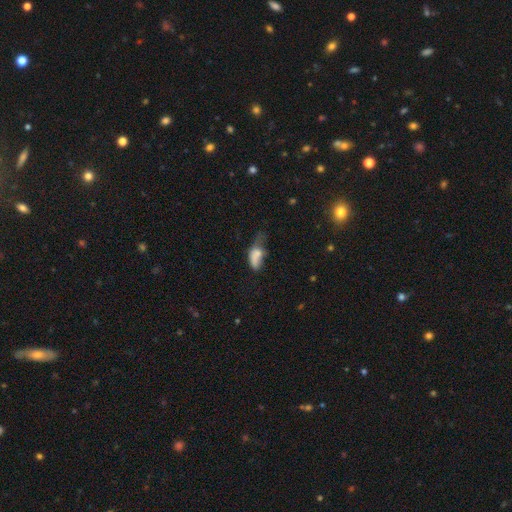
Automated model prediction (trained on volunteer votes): The model was most divided on "merging": major disturbance: 42%, minor disturbance: 28%, none: 19%, merger: 12%. More confident: how rounded — in between (83%); smooth or featured — smooth (70%).